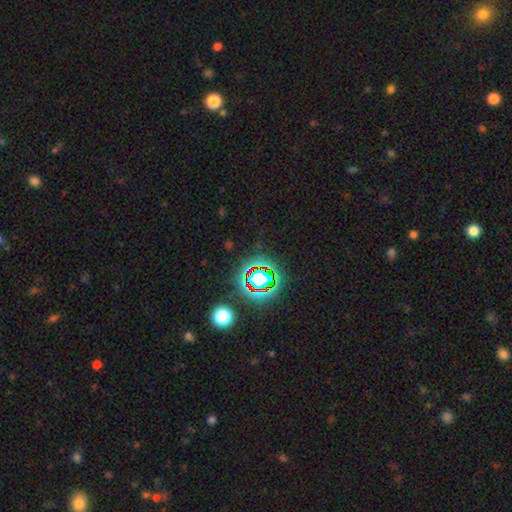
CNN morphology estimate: Q: Smooth or featured?
A: star or artifact (77%); runner-up: smooth (14%)